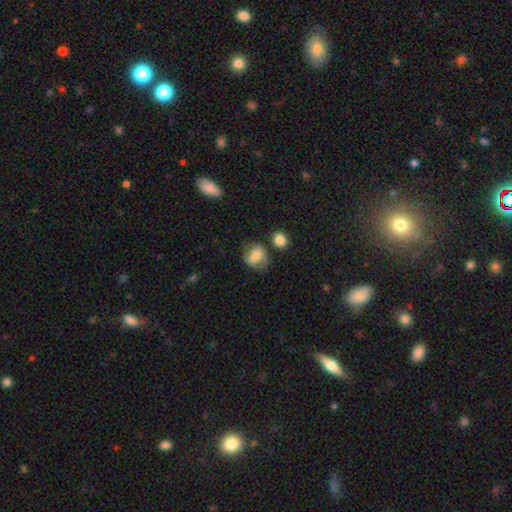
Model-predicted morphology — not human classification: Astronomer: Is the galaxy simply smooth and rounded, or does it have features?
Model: smooth — 58% (runner-up: featured or disk, 33%).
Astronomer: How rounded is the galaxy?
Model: round — 57% (runner-up: in between, 42%).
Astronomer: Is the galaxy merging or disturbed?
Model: none — 50% (runner-up: minor disturbance, 28%).